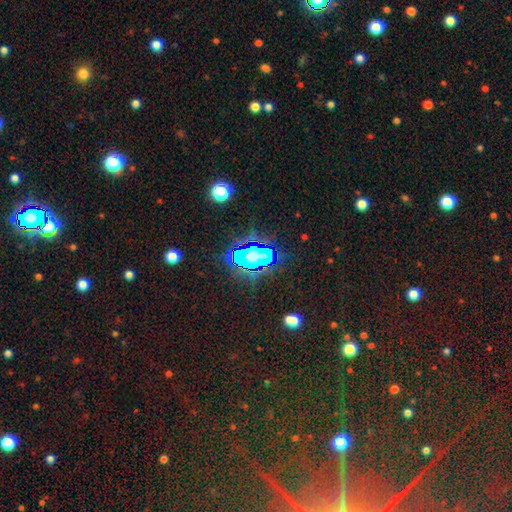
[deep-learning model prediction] The model was most divided on "smooth or featured": star or artifact: 56%, smooth: 28%, featured or disk: 15%.